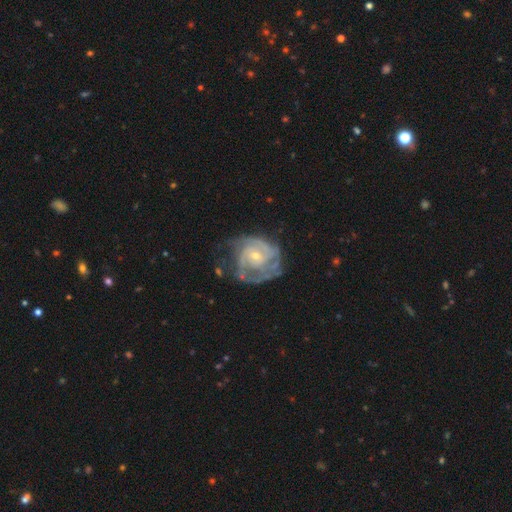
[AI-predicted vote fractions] Smooth or featured? featured or disk (86%)
Edge-on disk? no (98%)
Bar? no (67%)
Spiral arms? yes (94%)
Spiral winding? tight (62%)
Spiral arm count? 2 (32%)
Bulge size? small (65%)
Merging? none (55%)